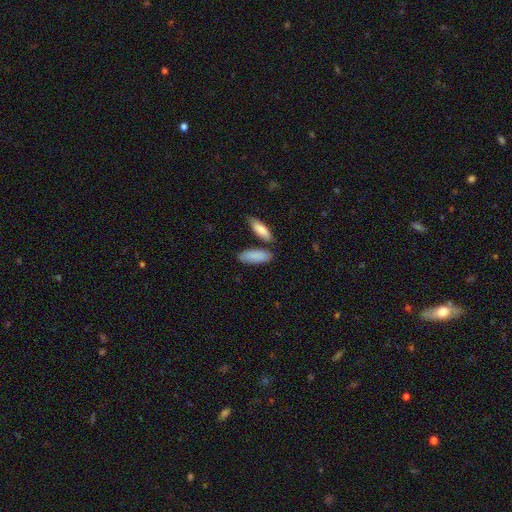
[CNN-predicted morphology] The model was most divided on "how rounded": in between: 67%, cigar-shaped: 31%, round: 2%. More confident: smooth or featured — smooth (86%); merging — none (70%).